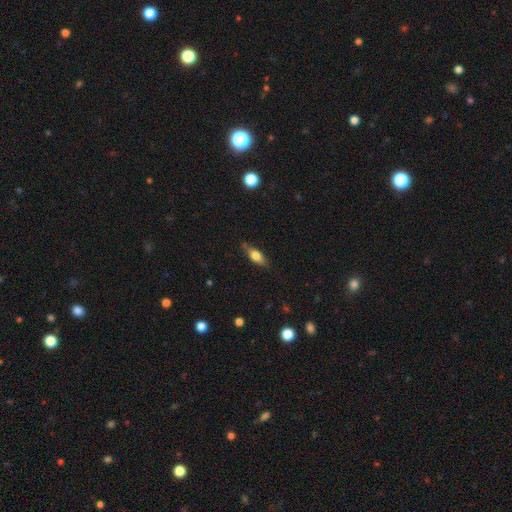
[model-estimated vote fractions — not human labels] smooth_or_featured: smooth (p=0.62) [alt: featured or disk p=0.31]
how_rounded: in between (p=0.65) [alt: cigar-shaped p=0.31]
merging: none (p=0.77) [alt: minor disturbance p=0.17]